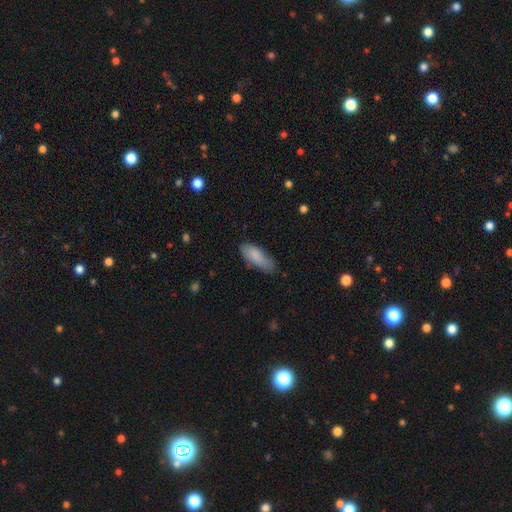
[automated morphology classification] Smooth or featured? Predicted: smooth (p=0.84). How rounded? Predicted: in between (p=0.73). Merging? Predicted: none (p=0.66).